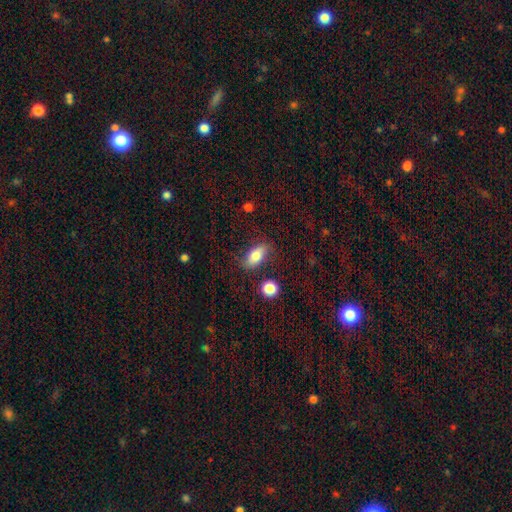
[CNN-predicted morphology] Smooth or featured: smooth — 75% (featured or disk — 17%)
How rounded: in between — 86% (cigar-shaped — 8%)
Merging: none — 74% (minor disturbance — 17%)